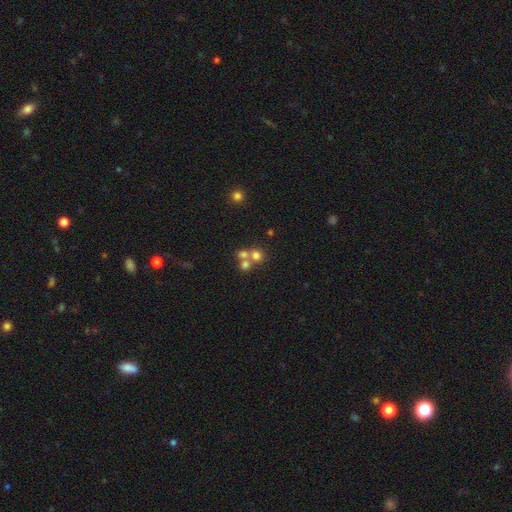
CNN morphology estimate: Overall: smooth (67%). How rounded: round (85%). Merging: merger (47%; none 43%).